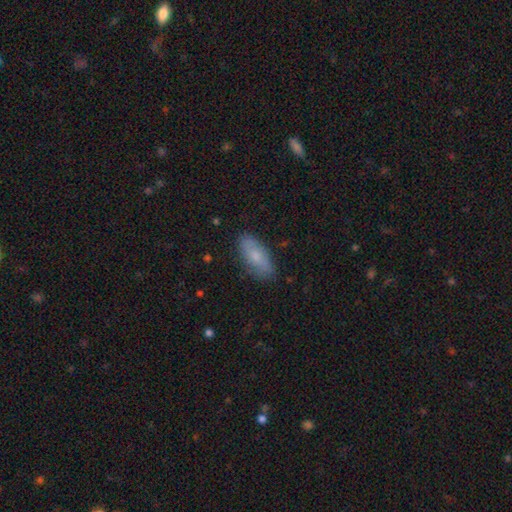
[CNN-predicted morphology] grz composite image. It shows a smooth galaxy with no disk features (74%) that is in between round and cigar-shaped (81%). Merging: none (83%).